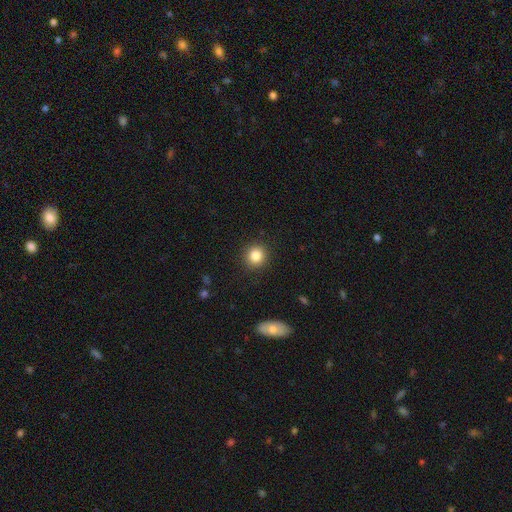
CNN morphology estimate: A smooth galaxy with no disk features (85%) that is round (89%).

Vote fractions:
- Smooth or featured? smooth: 85% / star or artifact: 10% / featured or disk: 5%
- How rounded? round: 89% / in between: 10% / cigar-shaped: 1%
- Merging? none: 91% / minor disturbance: 6% / major disturbance: 2% / merger: 1%